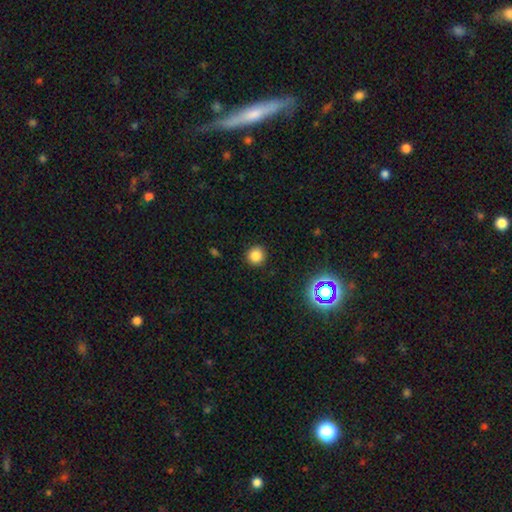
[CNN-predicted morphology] Overall: smooth (82%). How rounded: round (93%). Merging: none (91%).